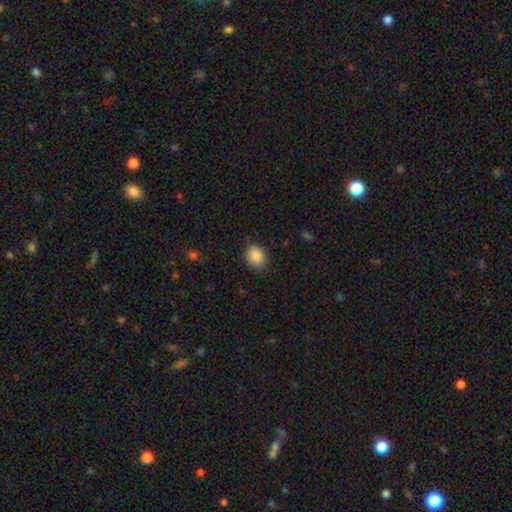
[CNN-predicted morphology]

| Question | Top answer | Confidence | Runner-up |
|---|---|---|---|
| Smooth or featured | smooth | 87% | star or artifact (8%) |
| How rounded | round | 54% | in between (46%) |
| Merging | none | 84% | minor disturbance (12%) |